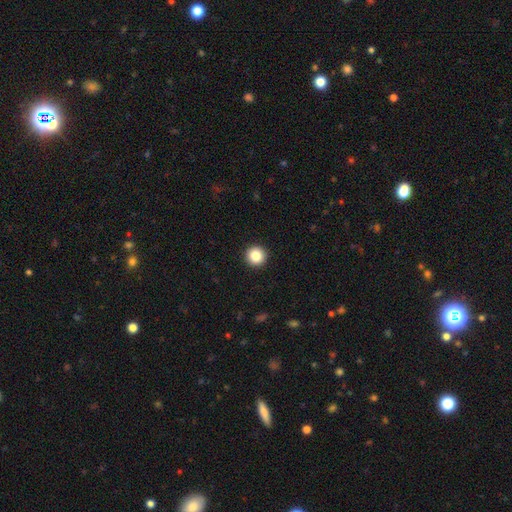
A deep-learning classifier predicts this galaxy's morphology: Smooth or featured? Predicted: smooth (p=0.86). How rounded? Predicted: round (p=0.96). Merging? Predicted: none (p=0.94).